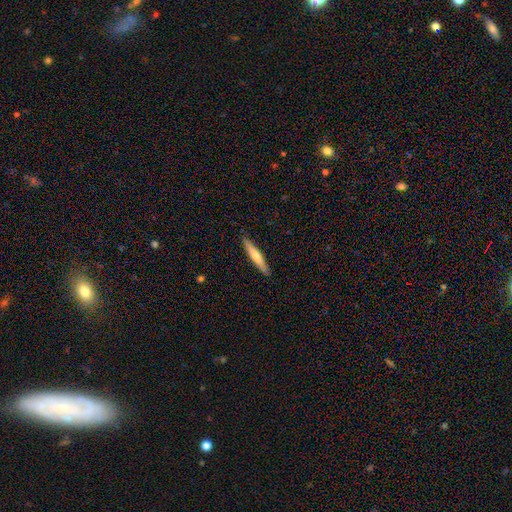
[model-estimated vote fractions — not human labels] smooth_or_featured: smooth (p=0.61) [alt: featured or disk p=0.34]
how_rounded: cigar-shaped (p=0.92) [alt: in between p=0.07]
merging: none (p=0.90) [alt: minor disturbance p=0.07]